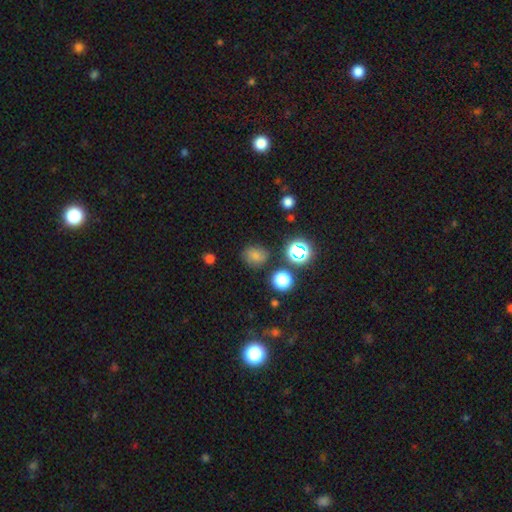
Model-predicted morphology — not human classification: type=smooth (67%); roundness=round (70%); merging=none (75%).